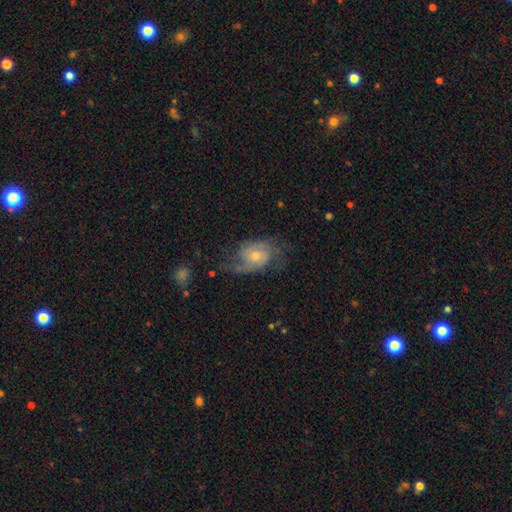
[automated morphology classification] This is likely a featured or disk galaxy (70%). It is clearly not viewed edge-on (96%). Bar: likely no (68%). Spiral arm pattern: clearly yes (90%). Spiral arm count: likely 2 (68%). Spiral winding: marginally medium (42%). Central bulge: possibly small (49%). Merging: possibly none (55%).